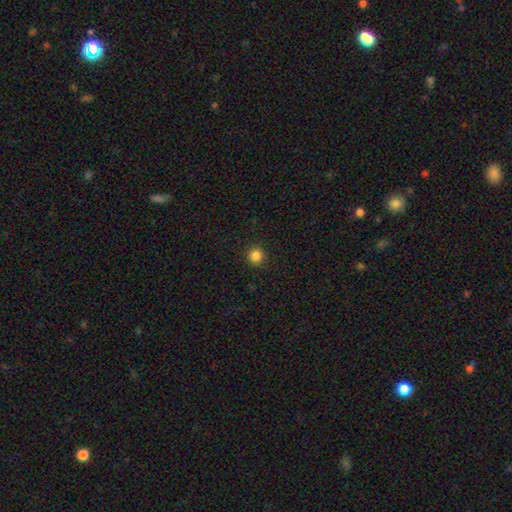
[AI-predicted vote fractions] smooth 85%, star or artifact 12%, featured or disk 3%. Down the decision tree: how rounded — round (95%); merging — none (92%).